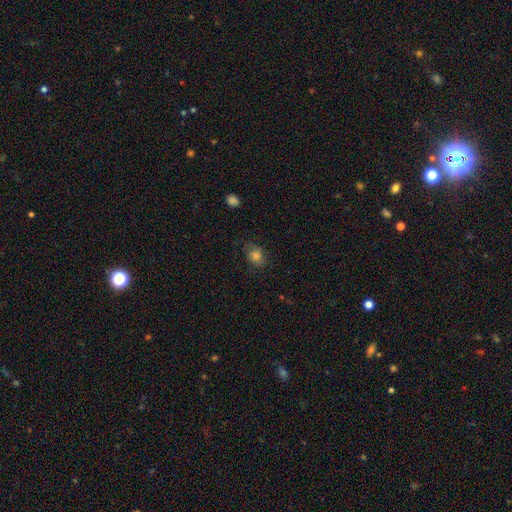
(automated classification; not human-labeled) Smooth or featured: smooth — 75% (star or artifact — 13%)
How rounded: in between — 51% (round — 48%)
Merging: none — 67% (minor disturbance — 23%)